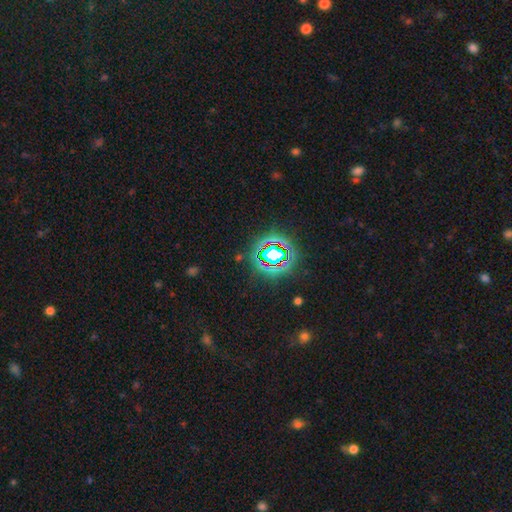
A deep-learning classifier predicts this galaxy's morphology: Smooth or featured?
  - star or artifact: 77% *
  - smooth: 15%
  - featured or disk: 8%